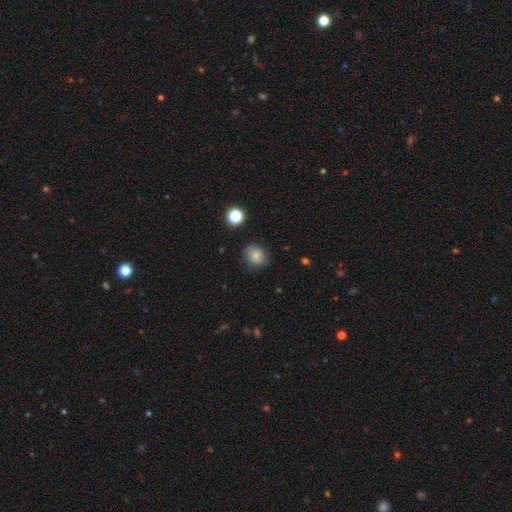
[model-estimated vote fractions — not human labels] A smooth galaxy with no disk features (80%) that is round (67%).

Vote fractions:
- Smooth or featured? smooth: 80% / star or artifact: 11% / featured or disk: 9%
- How rounded? round: 67% / in between: 32% / cigar-shaped: 1%
- Merging? none: 76% / minor disturbance: 17% / major disturbance: 4% / merger: 2%